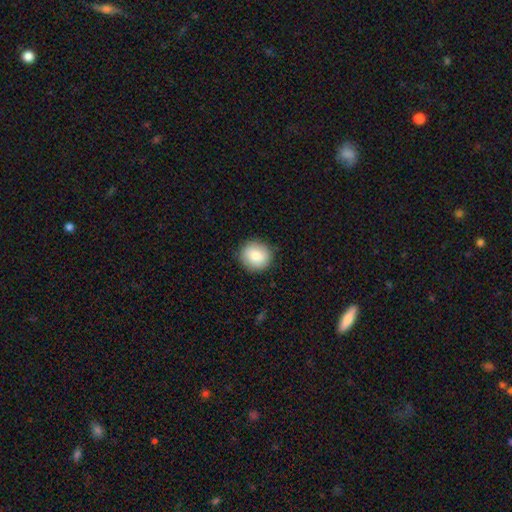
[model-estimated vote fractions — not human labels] The model was most divided on "smooth or featured": smooth: 84%, featured or disk: 9%, star or artifact: 7%. More confident: merging — none (89%); how rounded — round (88%).